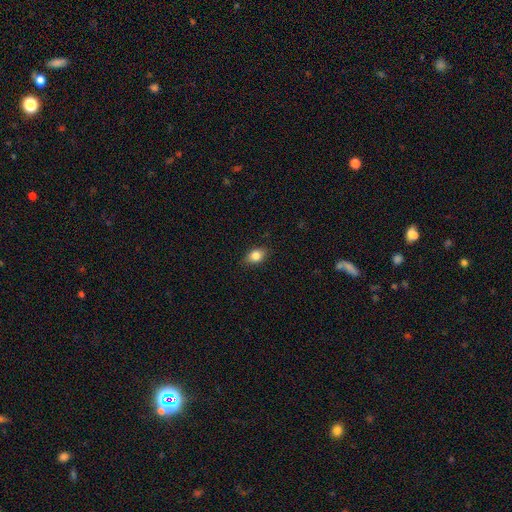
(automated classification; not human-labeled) A smooth galaxy with no disk features (83%) that is in between round and cigar-shaped (79%). Merging: none (86%).